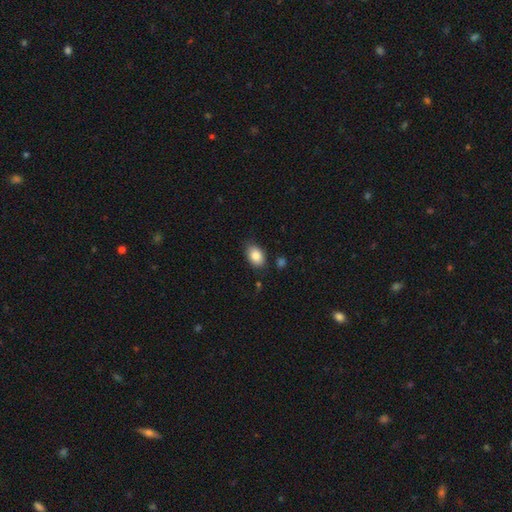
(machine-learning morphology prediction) This is clearly a smooth galaxy (86%). How rounded: clearly in between (84%). Merging: clearly none (81%).